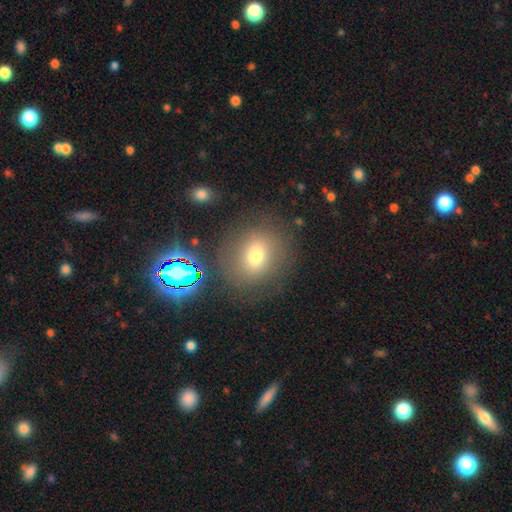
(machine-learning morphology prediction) smooth-or-featured: smooth: 67% | star or artifact: 17% | featured or disk: 16%
  how-rounded: round: 65% | in between: 34% | cigar-shaped: 1%
  merging: none: 75% | minor disturbance: 14% | major disturbance: 8% | merger: 4%